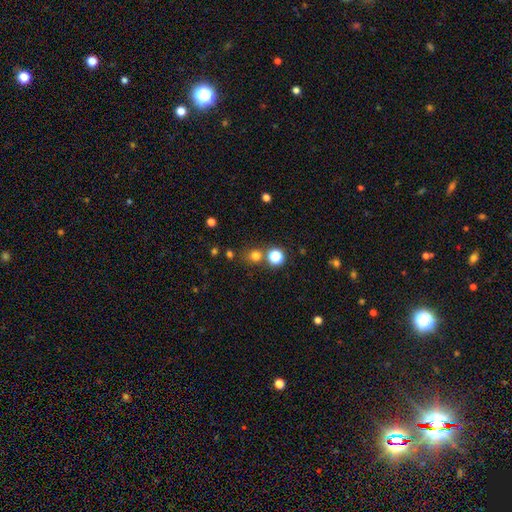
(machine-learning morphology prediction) This appears to be a smooth galaxy with no disk features (71%) that is round (87%). Merging: none (75%).